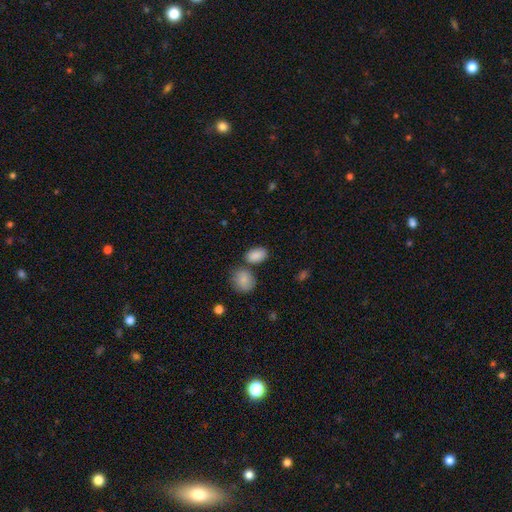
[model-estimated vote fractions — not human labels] smooth-or-featured: smooth: 87% | star or artifact: 8% | featured or disk: 5%
  how-rounded: in between: 88% | round: 10% | cigar-shaped: 2%
  merging: none: 64% | merger: 20% | minor disturbance: 13% | major disturbance: 4%